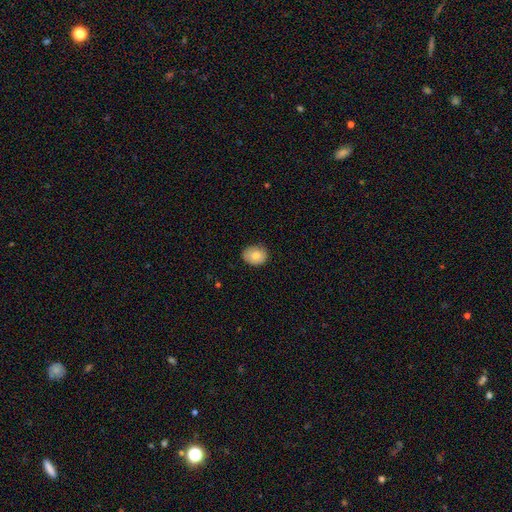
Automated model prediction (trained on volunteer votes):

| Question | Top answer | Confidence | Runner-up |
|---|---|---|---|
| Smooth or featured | smooth | 80% | featured or disk (12%) |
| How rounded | round | 53% | in between (46%) |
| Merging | none | 80% | minor disturbance (16%) |